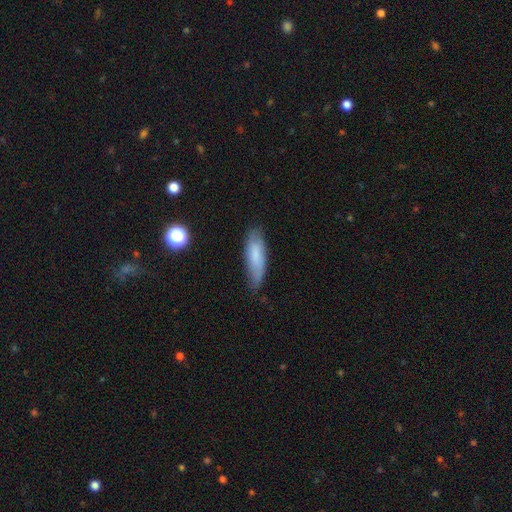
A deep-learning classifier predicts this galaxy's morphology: smooth-or-featured: smooth: 72% | featured or disk: 21% | star or artifact: 7%
  how-rounded: cigar-shaped: 53% | in between: 45% | round: 2%
  merging: none: 71% | minor disturbance: 23% | major disturbance: 4% | merger: 2%